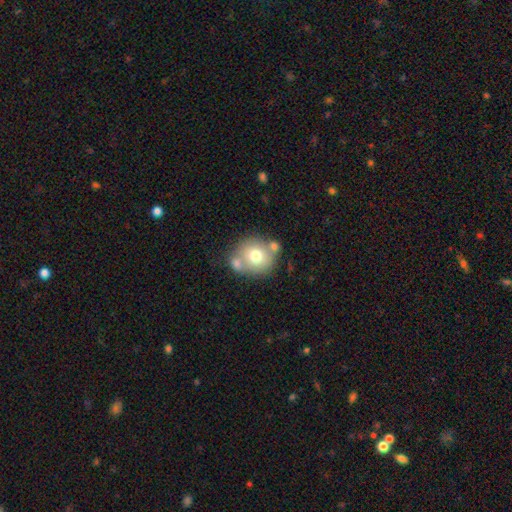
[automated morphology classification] Overall: smooth (69%). How rounded: round (87%). Merging: none (60%; merger 23%).